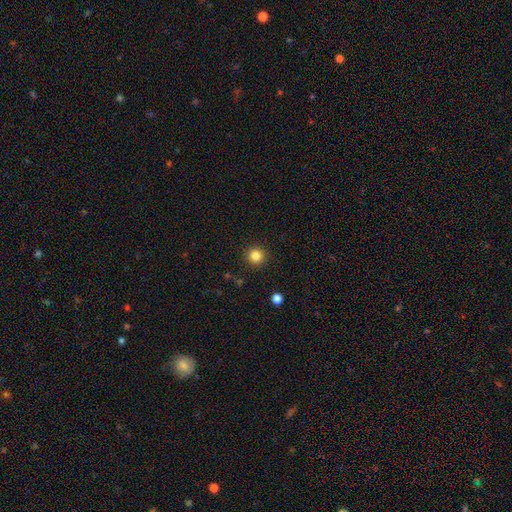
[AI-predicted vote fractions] Smooth or featured: smooth — 84% (star or artifact — 11%)
How rounded: round — 95% (in between — 4%)
Merging: none — 92% (minor disturbance — 5%)